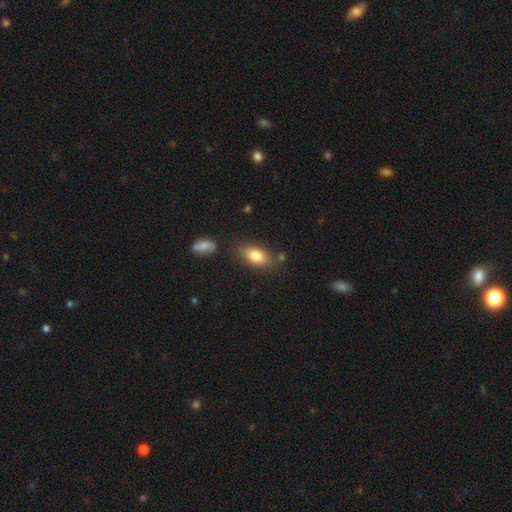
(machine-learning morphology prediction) The model was most divided on "merging": none: 76%, minor disturbance: 14%, merger: 6%, major disturbance: 4%. More confident: how rounded — in between (87%); smooth or featured — smooth (79%).